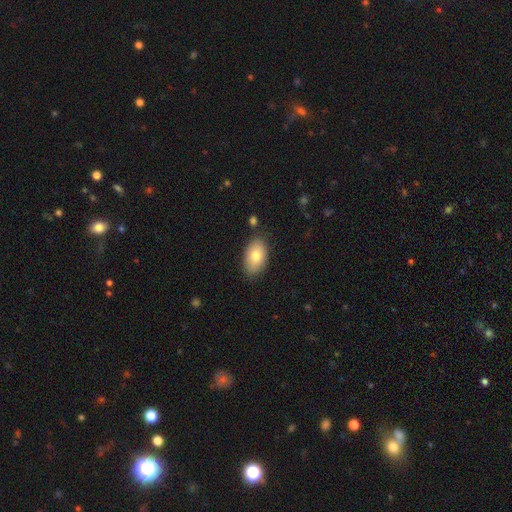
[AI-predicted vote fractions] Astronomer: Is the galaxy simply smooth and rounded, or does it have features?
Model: smooth — 79%.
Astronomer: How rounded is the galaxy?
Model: in between — 92%.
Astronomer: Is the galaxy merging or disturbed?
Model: none — 82%.